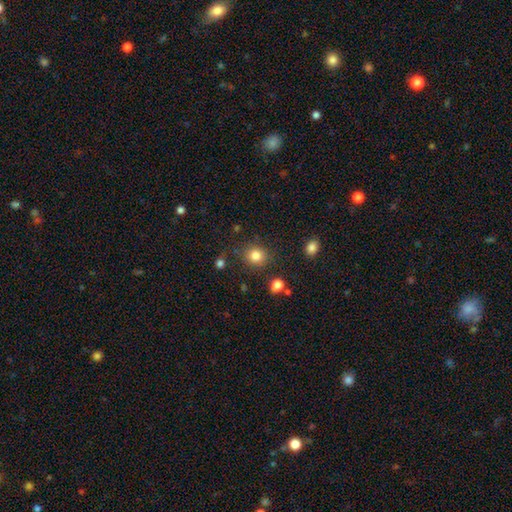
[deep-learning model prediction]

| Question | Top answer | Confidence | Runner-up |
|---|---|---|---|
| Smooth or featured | smooth | 83% | star or artifact (12%) |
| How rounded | round | 87% | in between (12%) |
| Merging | none | 84% | minor disturbance (9%) |